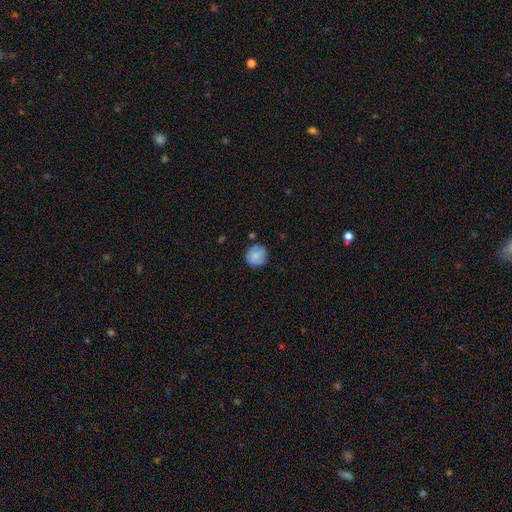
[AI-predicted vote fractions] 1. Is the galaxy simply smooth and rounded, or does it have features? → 80% smooth, 12% featured or disk, 8% star or artifact.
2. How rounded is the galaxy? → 90% round, 10% in between, 1% cigar-shaped.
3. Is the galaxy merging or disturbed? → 75% none, 17% minor disturbance, 4% major disturbance, 3% merger.